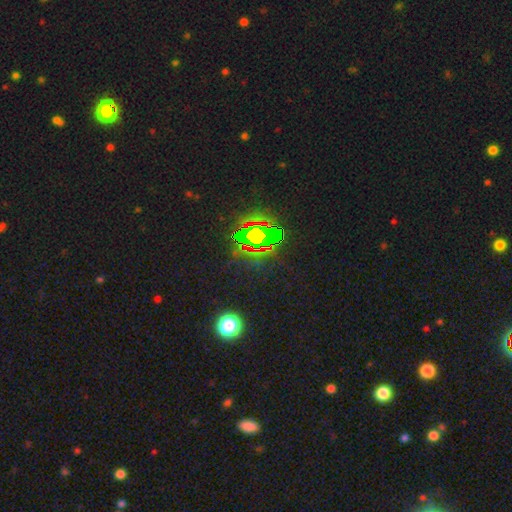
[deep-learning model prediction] smooth_or_featured: star or artifact (p=0.81) [alt: smooth p=0.11]